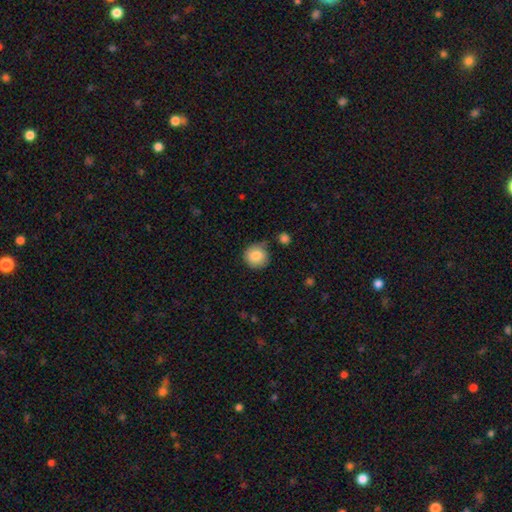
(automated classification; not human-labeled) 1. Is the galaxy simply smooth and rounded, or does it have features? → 85% smooth, 8% star or artifact, 7% featured or disk.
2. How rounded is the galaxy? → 92% round, 7% in between, 1% cigar-shaped.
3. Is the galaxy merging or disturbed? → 72% none, 19% minor disturbance, 5% merger, 4% major disturbance.